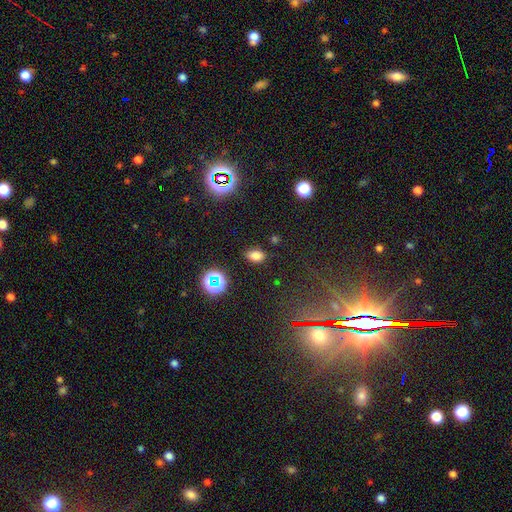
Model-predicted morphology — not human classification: type=smooth (76%); roundness=in between (81%); merging=none (84%).